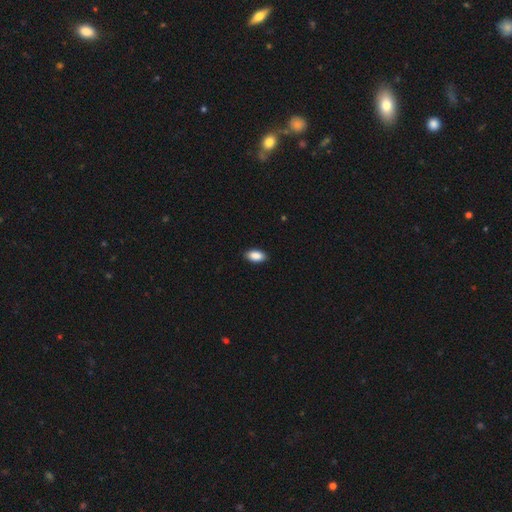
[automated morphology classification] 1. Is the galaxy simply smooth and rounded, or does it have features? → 90% smooth, 7% star or artifact, 4% featured or disk.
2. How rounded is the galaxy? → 94% in between, 3% round, 3% cigar-shaped.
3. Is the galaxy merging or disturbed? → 89% none, 9% minor disturbance, 2% major disturbance, 1% merger.